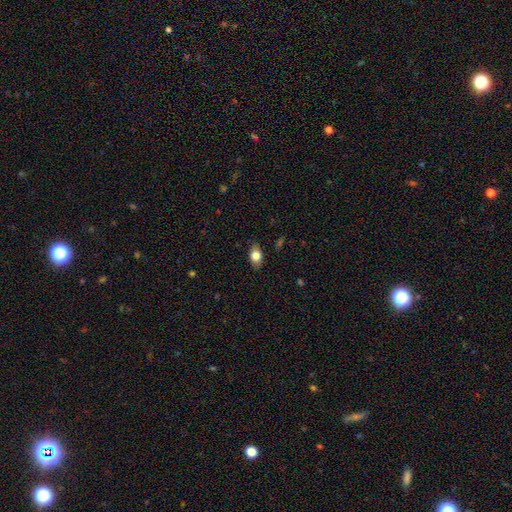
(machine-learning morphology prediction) The model was most divided on "smooth or featured": smooth: 79%, featured or disk: 13%, star or artifact: 8%. More confident: merging — none (84%); how rounded — in between (82%).